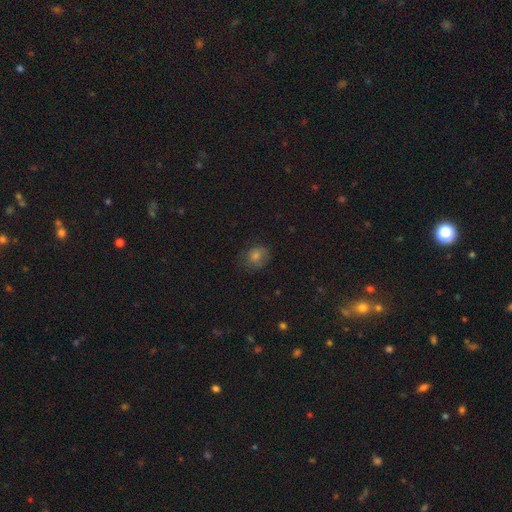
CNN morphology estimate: A smooth galaxy with no disk features (66%) that is round (60%). Merging: none (76%).